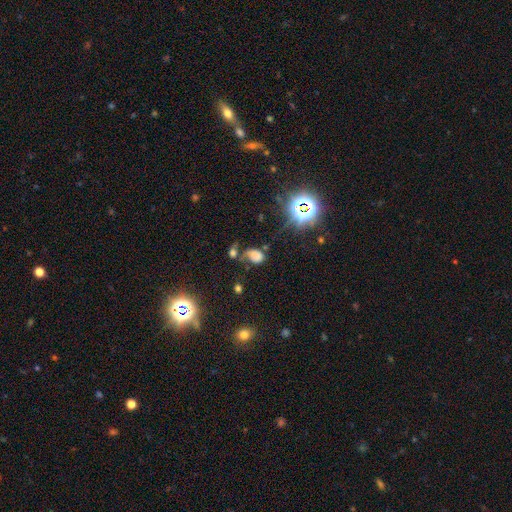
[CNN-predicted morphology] Overall: smooth (57%; star or artifact 28%). How rounded: in between (78%). Merging: none (35%; minor disturbance 22%).